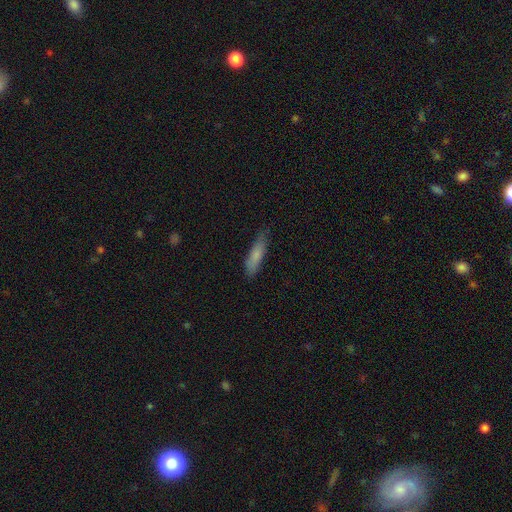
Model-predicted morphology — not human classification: A smooth galaxy with no disk features (79%) that is cigar-shaped (70%).

Vote fractions:
- Smooth or featured? smooth: 79% / featured or disk: 15% / star or artifact: 7%
- How rounded? cigar-shaped: 70% / in between: 28% / round: 2%
- Merging? none: 72% / minor disturbance: 22% / major disturbance: 4% / merger: 1%